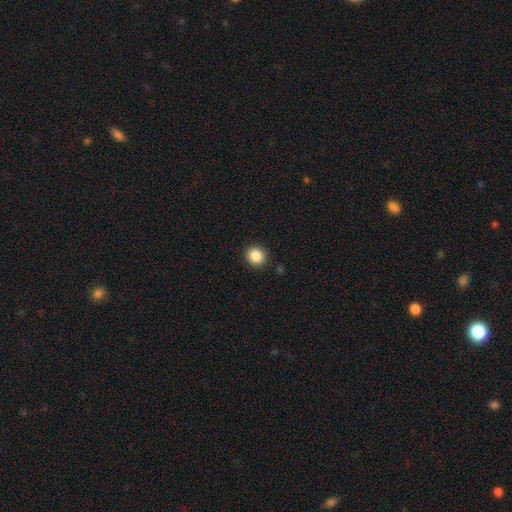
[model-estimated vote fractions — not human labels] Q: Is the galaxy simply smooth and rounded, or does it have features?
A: smooth — 87%.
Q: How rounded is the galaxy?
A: round — 87%.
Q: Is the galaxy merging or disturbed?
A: none — 90%.